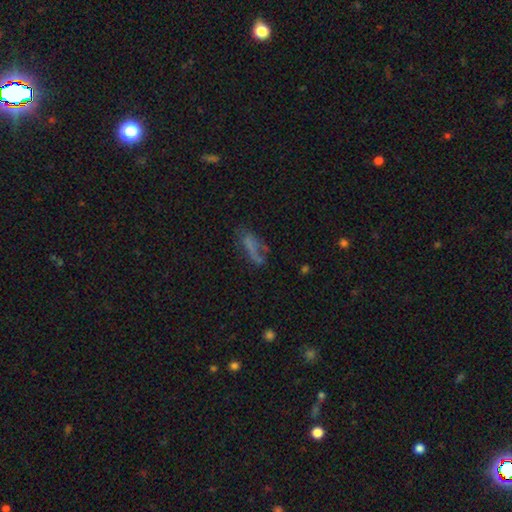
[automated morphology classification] A smooth galaxy with no disk features (40%). Merging: none (63%).